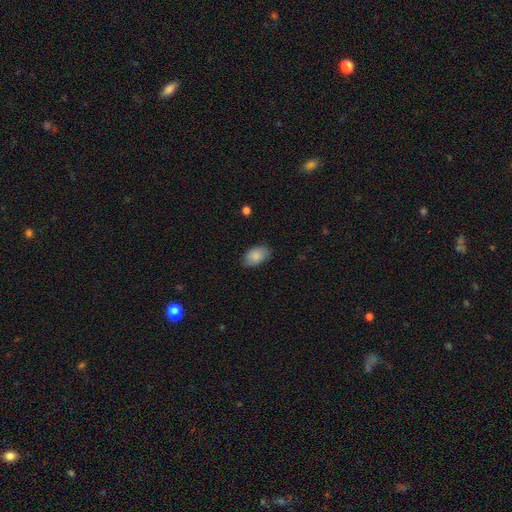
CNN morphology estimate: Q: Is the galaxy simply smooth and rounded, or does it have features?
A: smooth — 86%.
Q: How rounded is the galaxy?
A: in between — 91%.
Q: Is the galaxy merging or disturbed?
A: none — 81%.